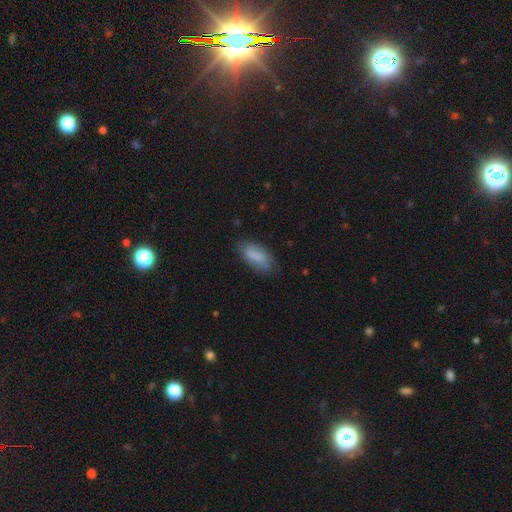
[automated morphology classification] type=smooth (84%); roundness=in between (82%); merging=none (75%).